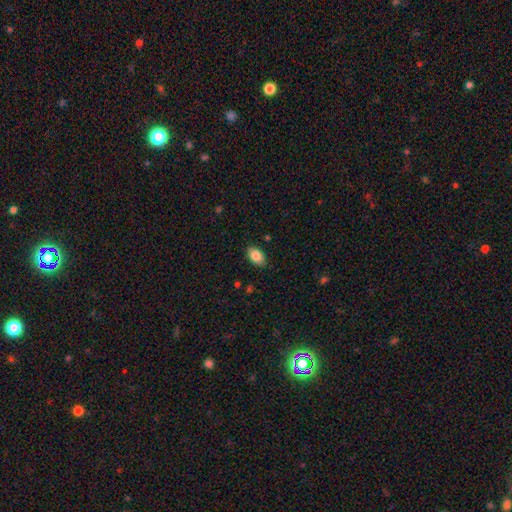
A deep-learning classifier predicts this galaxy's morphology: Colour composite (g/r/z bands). It shows a smooth galaxy with no disk features (86%) that is in between round and cigar-shaped (92%). Merging: none (87%).